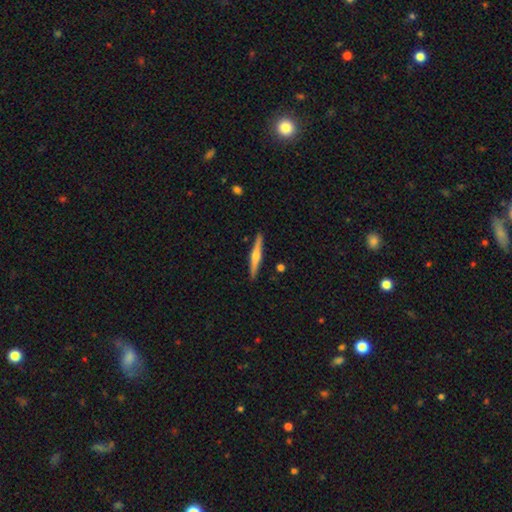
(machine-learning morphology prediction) smooth_or_featured: featured or disk (p=0.59) [alt: smooth p=0.35]
disk_edge_on: yes (p=0.98) [alt: no p=0.02]
edge_on_bulge: rounded (p=0.83) [alt: none p=0.10]
merging: none (p=0.91) [alt: minor disturbance p=0.07]